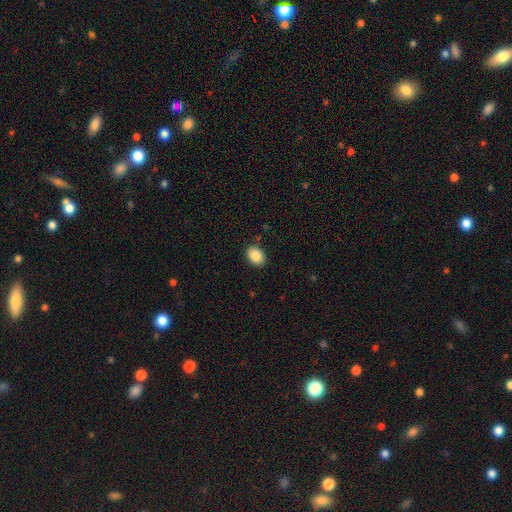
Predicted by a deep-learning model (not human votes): Overall: smooth (88%). How rounded: in between (70%). Merging: none (88%).